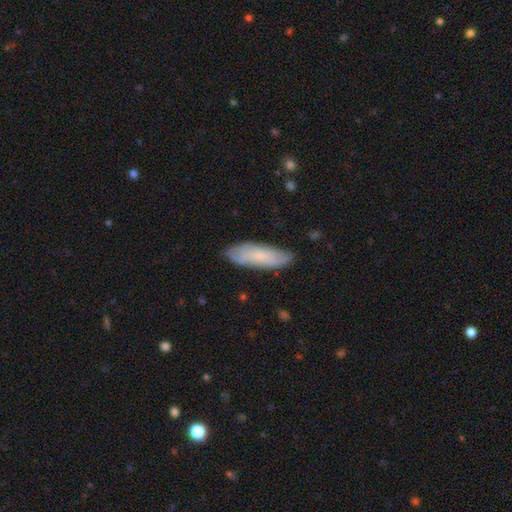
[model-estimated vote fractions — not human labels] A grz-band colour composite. It shows a smooth galaxy with no disk features (65%) that is in between round and cigar-shaped (50%). Merging: none (79%).